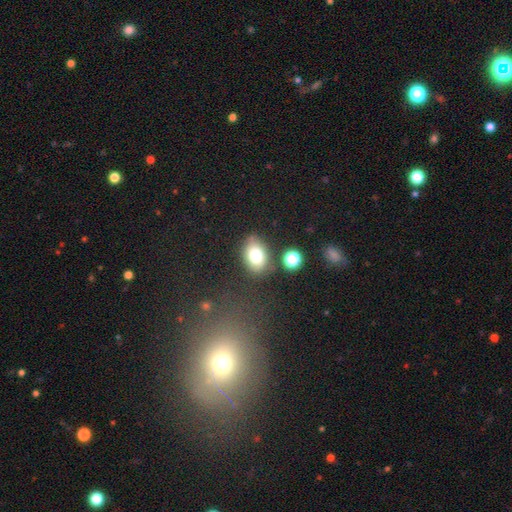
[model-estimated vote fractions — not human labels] Q: Smooth or featured?
A: smooth (77%); runner-up: featured or disk (13%)
Q: How rounded?
A: in between (77%); runner-up: round (22%)
Q: Merging?
A: none (75%); runner-up: minor disturbance (14%)